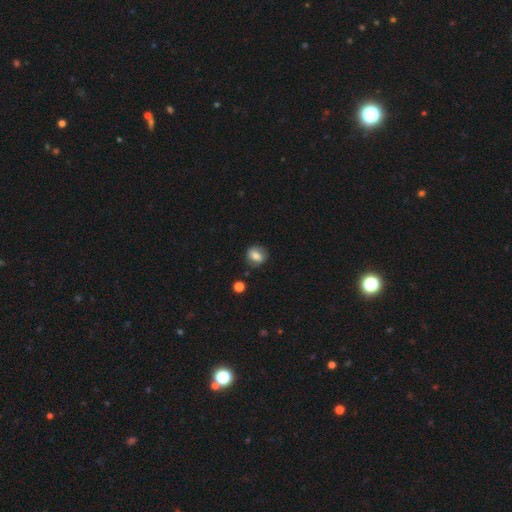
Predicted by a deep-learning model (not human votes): A smooth galaxy with no disk features (73%) that is round (70%).

Vote fractions:
- Smooth or featured? smooth: 73% / featured or disk: 18% / star or artifact: 10%
- How rounded? round: 70% / in between: 29% / cigar-shaped: 1%
- Merging? none: 80% / minor disturbance: 14% / major disturbance: 4% / merger: 2%